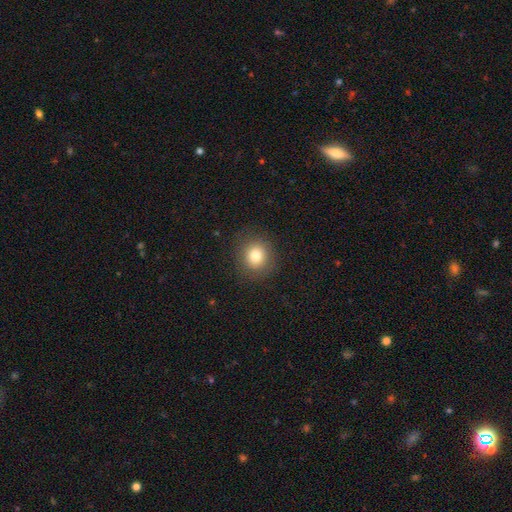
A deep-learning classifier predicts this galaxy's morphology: This appears to be a smooth galaxy with no disk features (80%) that is round (87%). Merging: none (88%).